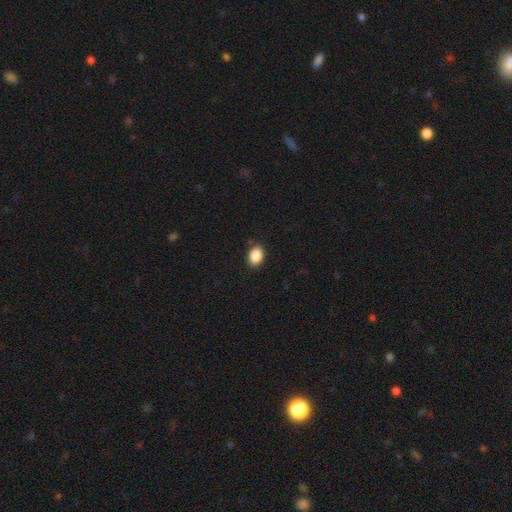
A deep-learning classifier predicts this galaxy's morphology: This appears to be a smooth galaxy with no disk features (89%) that is in between round and cigar-shaped (80%). Merging: none (86%).